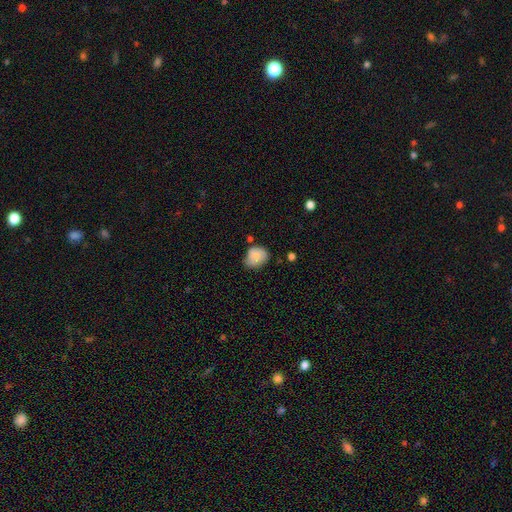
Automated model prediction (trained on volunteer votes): A smooth galaxy with no disk features (81%) that is in between round and cigar-shaped (53%).

Vote fractions:
- Smooth or featured? smooth: 81% / featured or disk: 11% / star or artifact: 8%
- How rounded? in between: 53% / round: 46% / cigar-shaped: 1%
- Merging? none: 53% / minor disturbance: 35% / major disturbance: 7% / merger: 6%